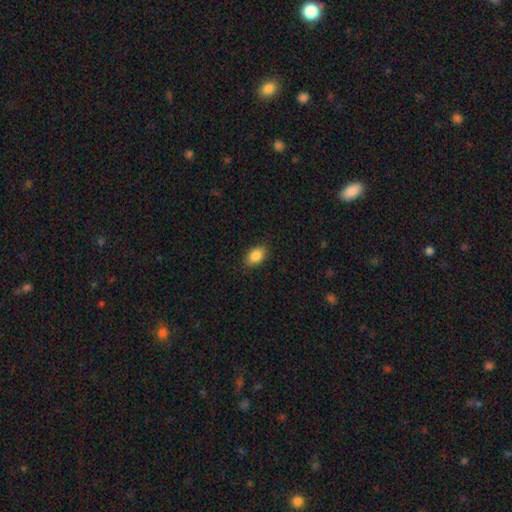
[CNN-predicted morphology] Smooth or featured? smooth (87%)
How rounded? in between (85%)
Merging? none (86%)